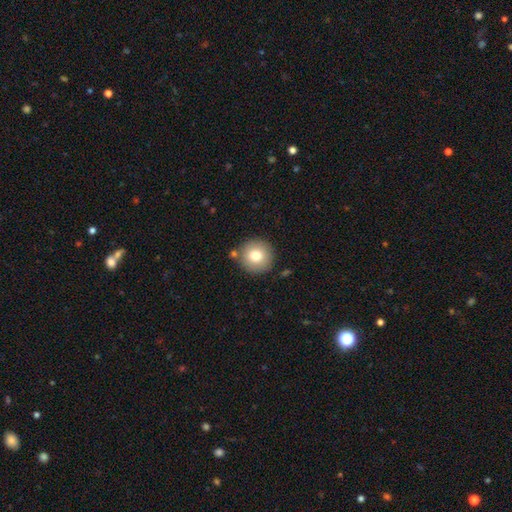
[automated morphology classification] smooth_or_featured: smooth (p=0.78) [alt: featured or disk p=0.13]
how_rounded: round (p=0.94) [alt: in between p=0.05]
merging: none (p=0.83) [alt: minor disturbance p=0.09]